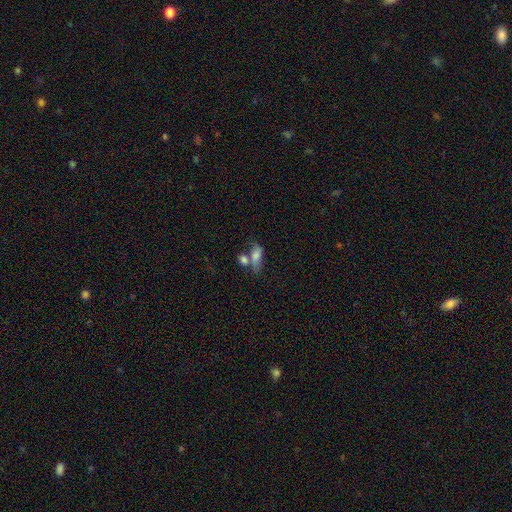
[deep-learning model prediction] Morphology: type=smooth (74%); roundness=in between (79%); merging=merger (42%).